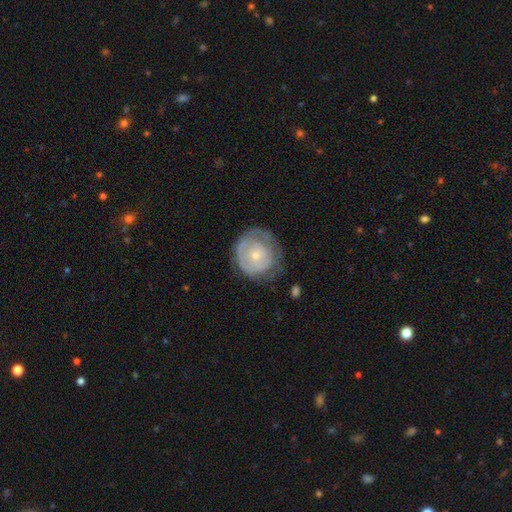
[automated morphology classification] Smooth or featured? Predicted: featured or disk (p=0.55). Edge-on disk? Predicted: no (p=0.97). Bar? Predicted: no (p=0.86). Spiral arms? Predicted: yes (p=0.52). Bulge size? Predicted: small (p=0.71). Merging? Predicted: none (p=0.58).